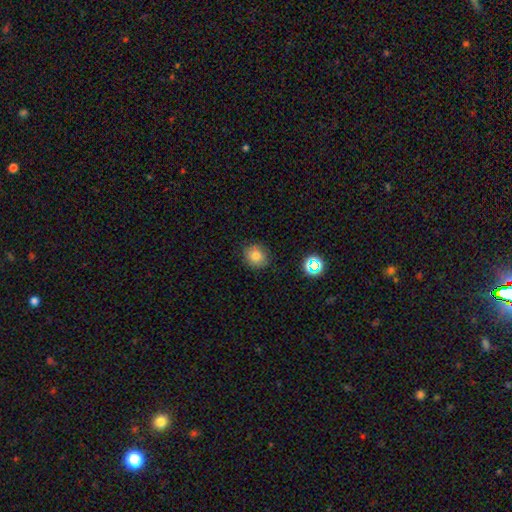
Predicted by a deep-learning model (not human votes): smooth 79%, star or artifact 13%, featured or disk 8%. Down the decision tree: how rounded — round (78%); merging — none (84%).